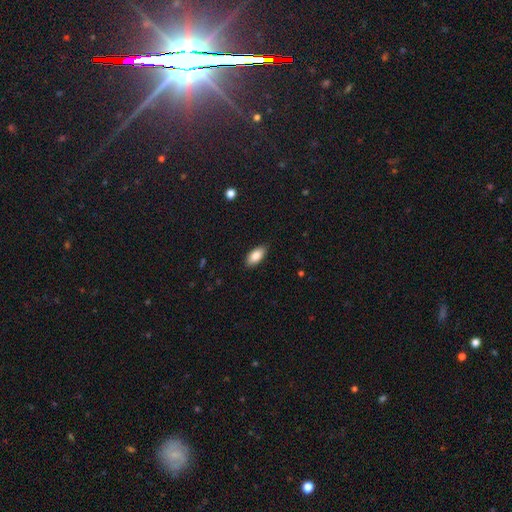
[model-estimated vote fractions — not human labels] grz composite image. It shows a smooth galaxy with no disk features (84%) that is in between round and cigar-shaped (90%). Merging: none (87%).